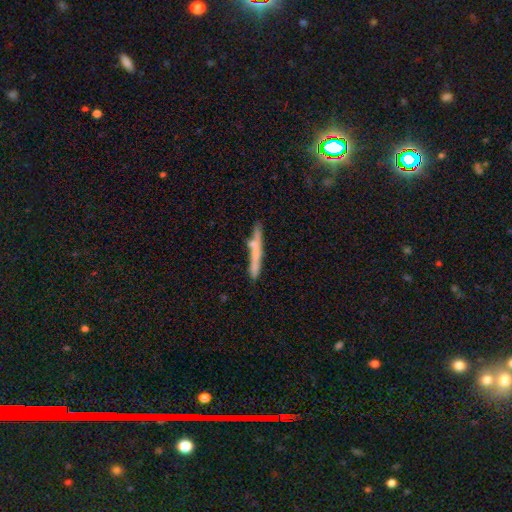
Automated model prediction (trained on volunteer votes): Overall: smooth (49%; featured or disk 43%). Merging: none (70%).